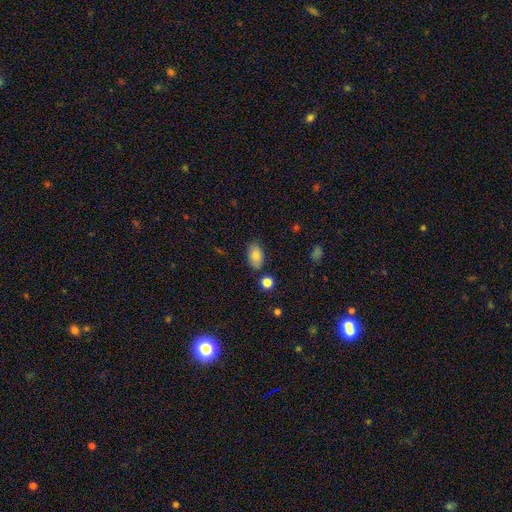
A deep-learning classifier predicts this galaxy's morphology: The model was most divided on "merging": none: 78%, minor disturbance: 14%, merger: 5%, major disturbance: 3%. More confident: how rounded — in between (91%); smooth or featured — smooth (85%).